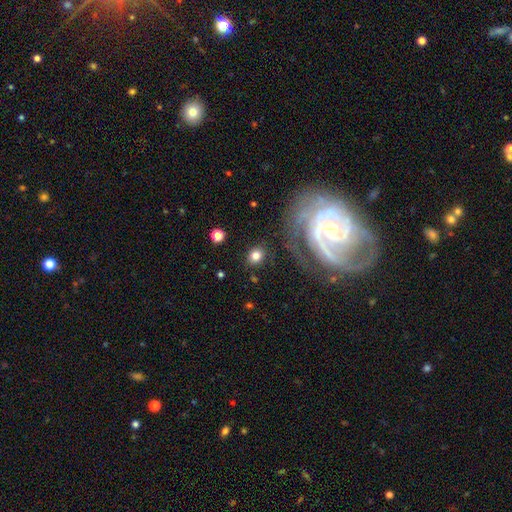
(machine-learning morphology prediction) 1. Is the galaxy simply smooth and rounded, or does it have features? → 77% smooth, 13% featured or disk, 9% star or artifact.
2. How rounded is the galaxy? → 69% round, 29% in between, 1% cigar-shaped.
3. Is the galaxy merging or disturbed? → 85% none, 8% minor disturbance, 4% major disturbance, 3% merger.